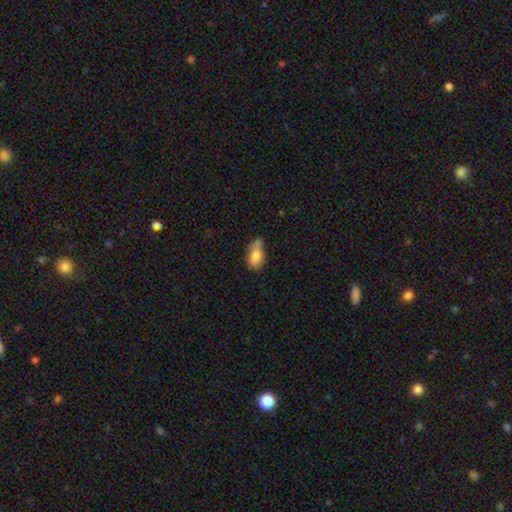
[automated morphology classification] Smooth or featured?
  - smooth: 78% *
  - featured or disk: 14%
  - star or artifact: 8%
How rounded?
  - in between: 88% *
  - round: 8%
  - cigar-shaped: 4%
Merging?
  - none: 36% *
  - minor disturbance: 32%
  - merger: 22%
  - major disturbance: 11%